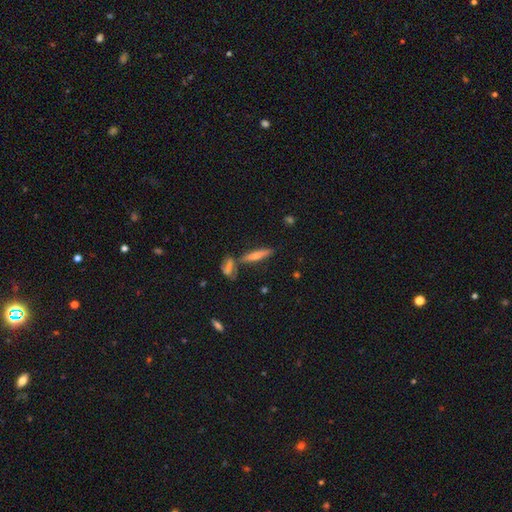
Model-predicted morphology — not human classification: This is possibly a featured or disk galaxy (48%). Merging: likely none (70%).